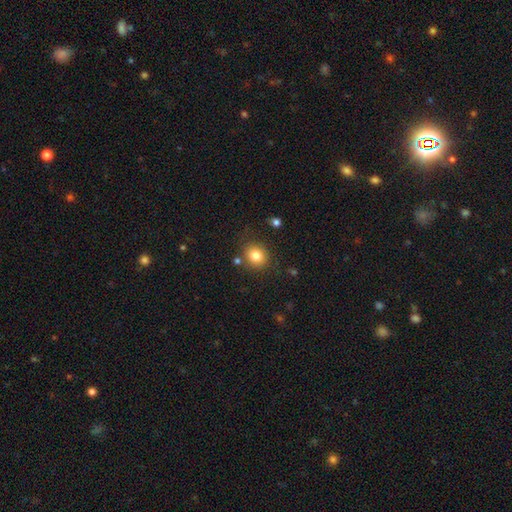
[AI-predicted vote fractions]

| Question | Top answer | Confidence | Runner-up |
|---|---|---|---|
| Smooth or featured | smooth | 81% | star or artifact (11%) |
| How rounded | round | 81% | in between (18%) |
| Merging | none | 81% | minor disturbance (11%) |